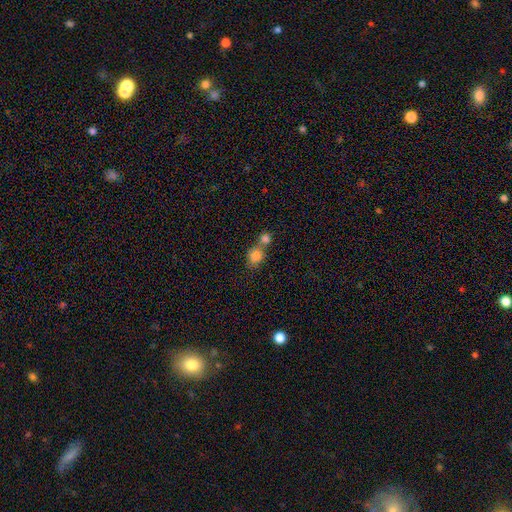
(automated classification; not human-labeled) smooth_or_featured: smooth (p=0.81) [alt: star or artifact p=0.10]
how_rounded: round (p=0.66) [alt: in between p=0.33]
merging: merger (p=0.51) [alt: none p=0.37]